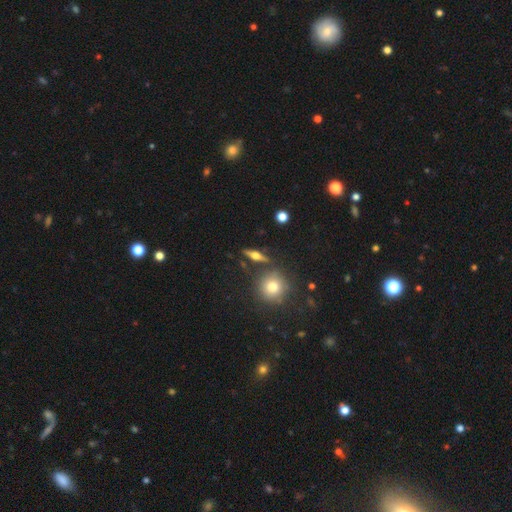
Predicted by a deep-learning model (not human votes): Smooth or featured? featured or disk (64%)
Edge-on disk? yes (93%)
Edge-on bulge? rounded (95%)
Merging? none (84%)